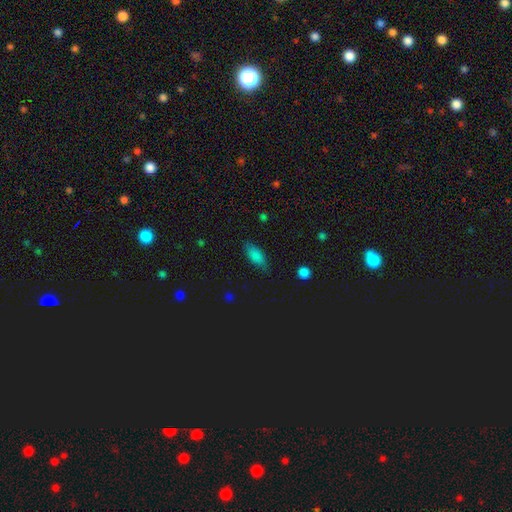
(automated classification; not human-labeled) This appears to be a smooth galaxy with no disk features (81%) that is in between round and cigar-shaped (80%). Merging: none (78%).